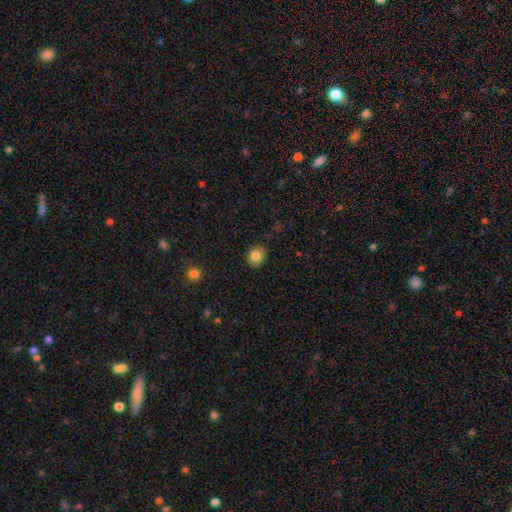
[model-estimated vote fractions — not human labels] Overall: smooth (83%). How rounded: round (74%). Merging: none (87%).